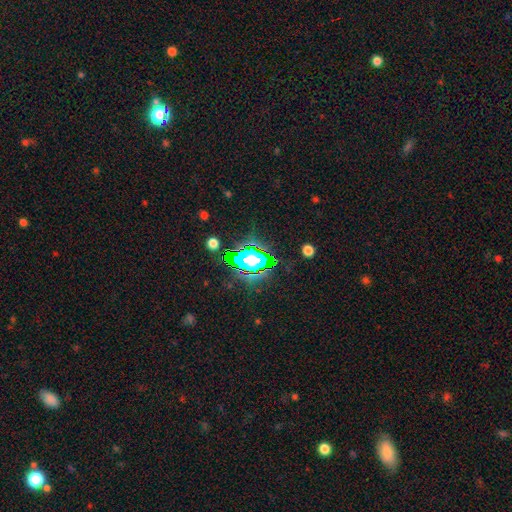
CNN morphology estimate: This is likely a star or artifact rather than a galaxy (77%).